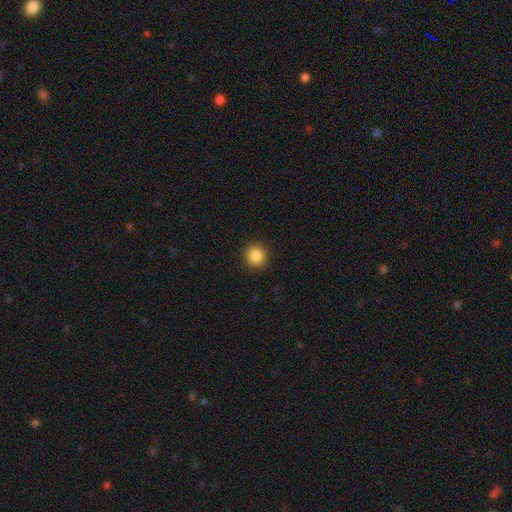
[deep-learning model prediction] Smooth or featured? Predicted: smooth (p=0.86). How rounded? Predicted: round (p=0.92). Merging? Predicted: none (p=0.92).